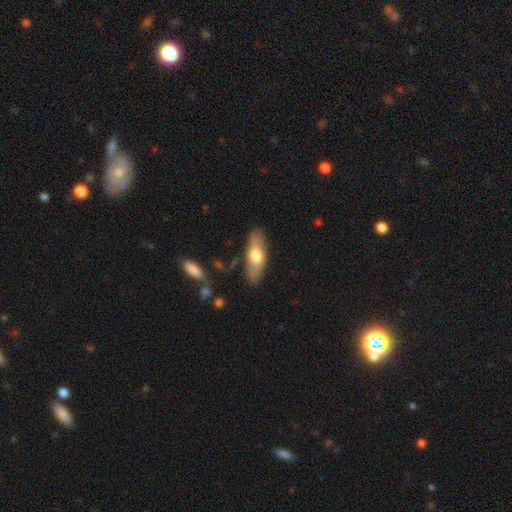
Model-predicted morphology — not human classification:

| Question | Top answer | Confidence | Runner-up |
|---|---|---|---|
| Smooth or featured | smooth | 58% | featured or disk (37%) |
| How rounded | in between | 61% | cigar-shaped (37%) |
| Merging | none | 83% | minor disturbance (12%) |